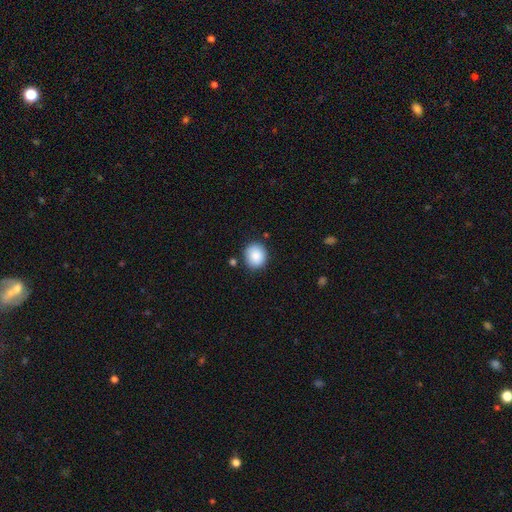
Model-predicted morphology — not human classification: Smooth or featured? smooth (87%)
How rounded? round (80%)
Merging? none (85%)